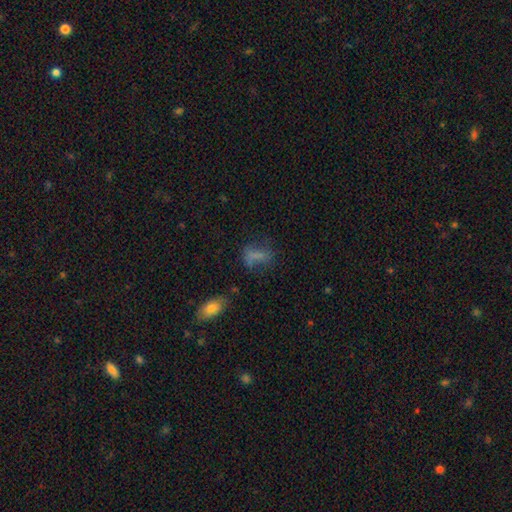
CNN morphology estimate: Smooth or featured? smooth (65%)
How rounded? in between (73%)
Merging? none (46%)